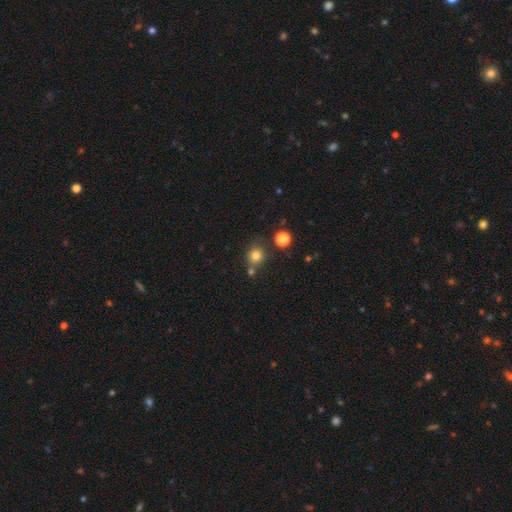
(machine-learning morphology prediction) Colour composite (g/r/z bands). It shows a smooth galaxy with no disk features (79%) that is round (83%). Merging: none (72%).